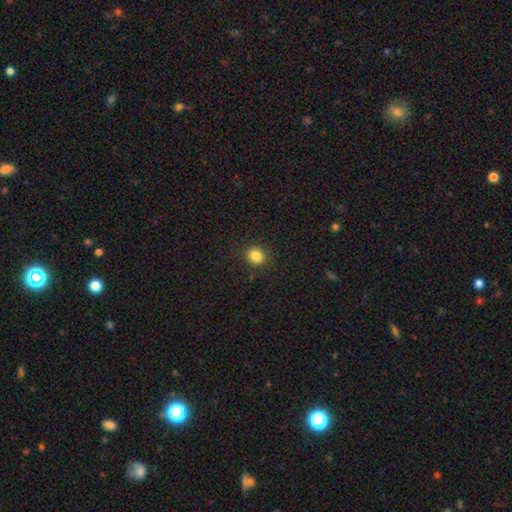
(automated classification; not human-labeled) Smooth or featured? smooth (83%)
How rounded? round (82%)
Merging? none (89%)